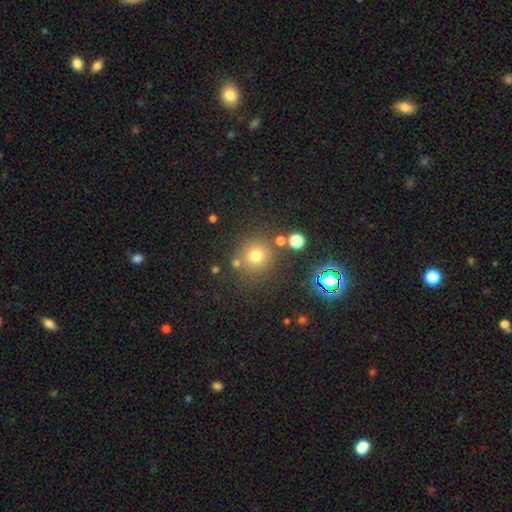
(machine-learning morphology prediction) Smooth or featured?
  - smooth: 71% *
  - star or artifact: 20%
  - featured or disk: 9%
How rounded?
  - round: 92% *
  - in between: 7%
  - cigar-shaped: 1%
Merging?
  - none: 78% *
  - minor disturbance: 9%
  - merger: 8%
  - major disturbance: 4%